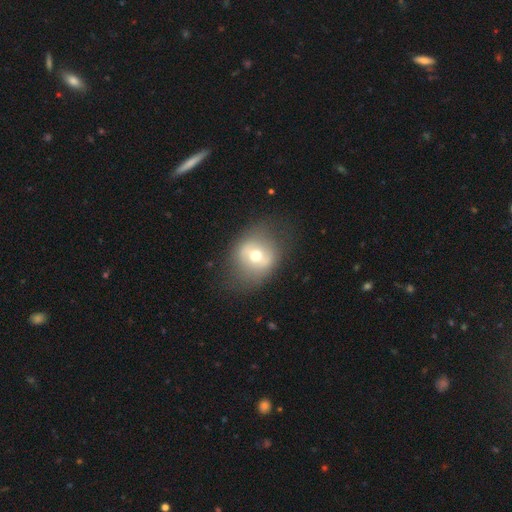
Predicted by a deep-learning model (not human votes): Q: Smooth or featured?
A: smooth (48%); runner-up: featured or disk (43%)
Q: Merging?
A: none (73%); runner-up: minor disturbance (17%)